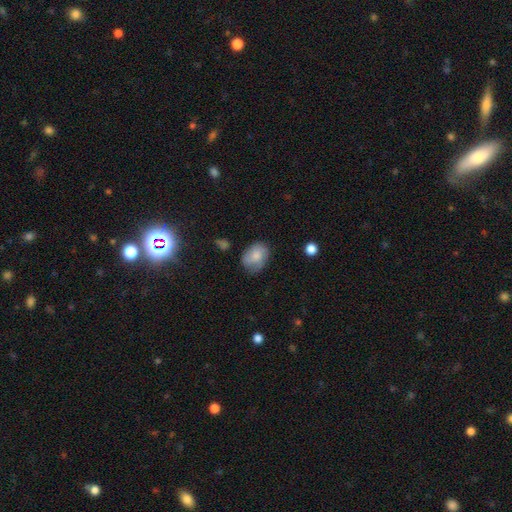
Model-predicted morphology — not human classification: A smooth galaxy with no disk features (73%) that is in between round and cigar-shaped (72%).

Vote fractions:
- Smooth or featured? smooth: 73% / featured or disk: 19% / star or artifact: 8%
- How rounded? in between: 72% / round: 27% / cigar-shaped: 1%
- Merging? none: 63% / minor disturbance: 27% / major disturbance: 8% / merger: 2%